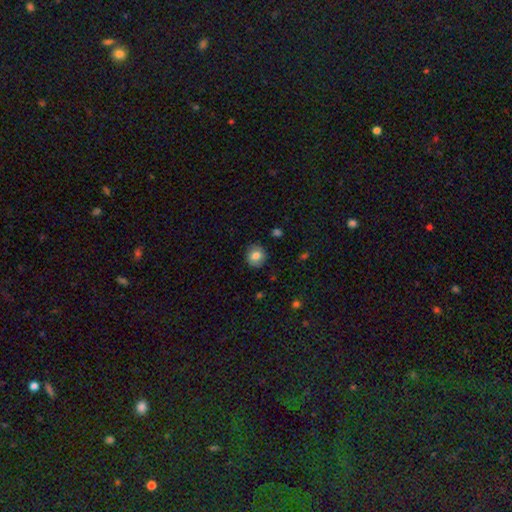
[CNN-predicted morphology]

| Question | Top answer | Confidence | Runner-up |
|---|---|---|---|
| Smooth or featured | smooth | 81% | featured or disk (11%) |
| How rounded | round | 83% | in between (16%) |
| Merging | none | 88% | minor disturbance (9%) |